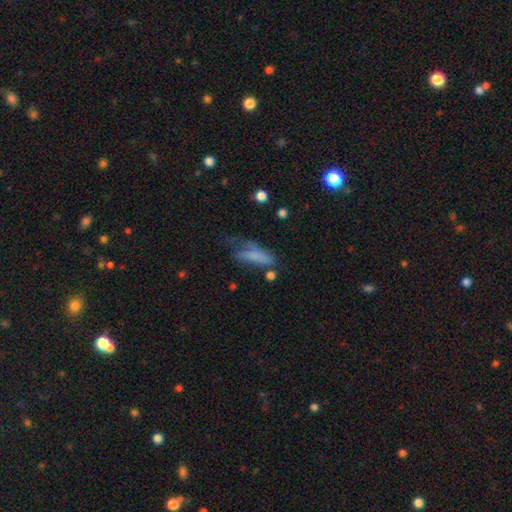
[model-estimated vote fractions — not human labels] smooth 66%, featured or disk 24%, star or artifact 10%. Down the decision tree: how rounded — in between (56%); merging — major disturbance (36%).